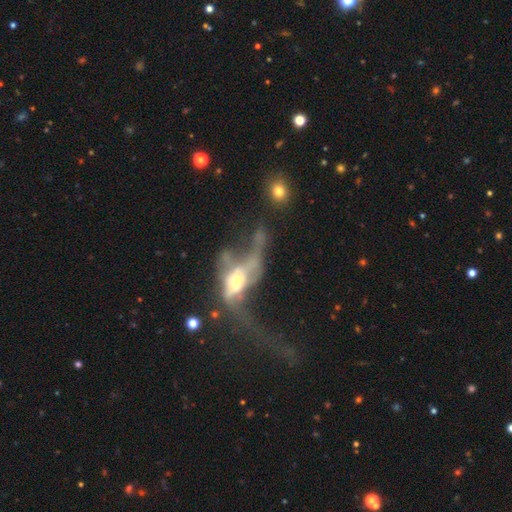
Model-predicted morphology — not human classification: This is likely a featured or disk galaxy (64%). It is likely not viewed edge-on (77%). Merging: possibly major disturbance (52%).